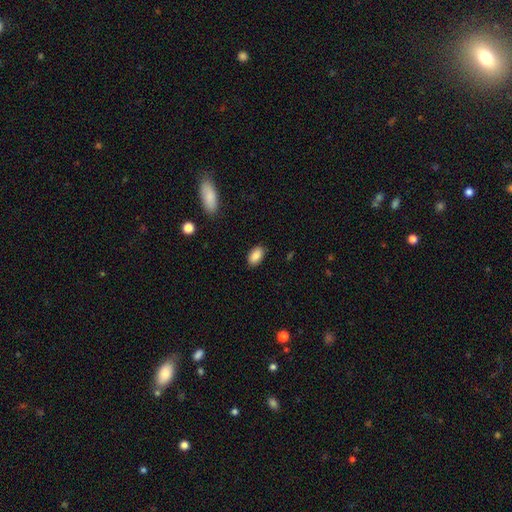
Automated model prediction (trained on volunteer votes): smooth-or-featured: smooth: 88% | star or artifact: 7% | featured or disk: 5%
  how-rounded: in between: 92% | round: 6% | cigar-shaped: 2%
  merging: none: 87% | minor disturbance: 10% | major disturbance: 2% | merger: 1%